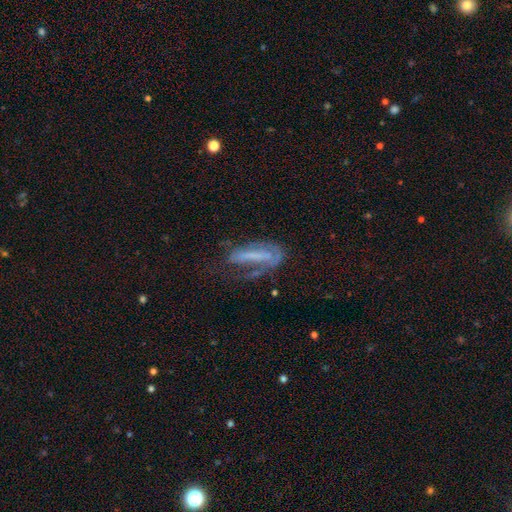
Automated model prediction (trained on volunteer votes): A featured or disk galaxy (58%). Merging: major disturbance (41%).